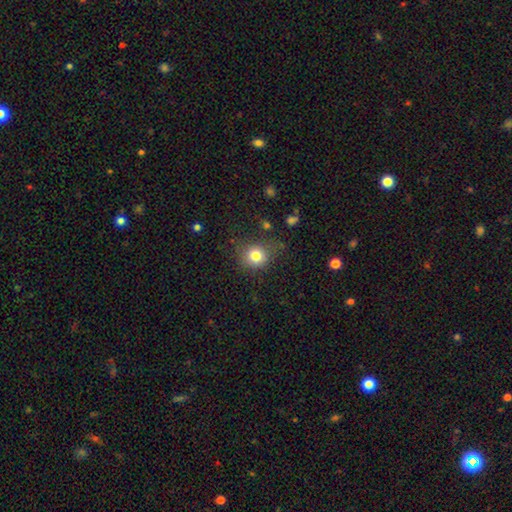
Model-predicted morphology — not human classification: smooth-or-featured: smooth: 80% | star or artifact: 12% | featured or disk: 8%
  how-rounded: round: 82% | in between: 17% | cigar-shaped: 1%
  merging: none: 73% | minor disturbance: 18% | major disturbance: 7% | merger: 2%